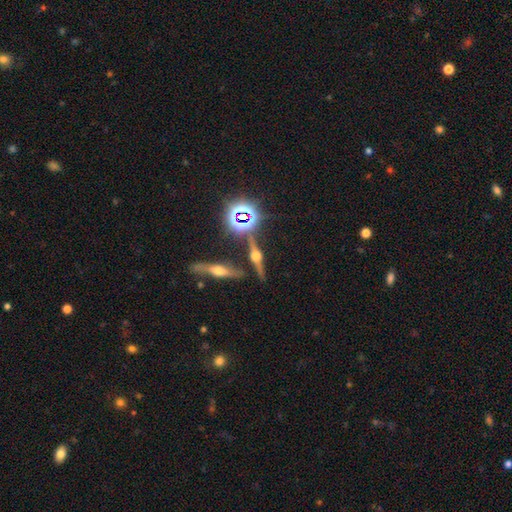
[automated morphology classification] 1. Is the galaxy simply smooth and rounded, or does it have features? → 72% featured or disk, 17% star or artifact, 12% smooth.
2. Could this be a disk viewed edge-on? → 93% yes, 7% no.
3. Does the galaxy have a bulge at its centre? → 95% rounded, 3% boxy, 2% none.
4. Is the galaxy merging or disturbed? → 80% none, 10% minor disturbance, 7% merger, 4% major disturbance.